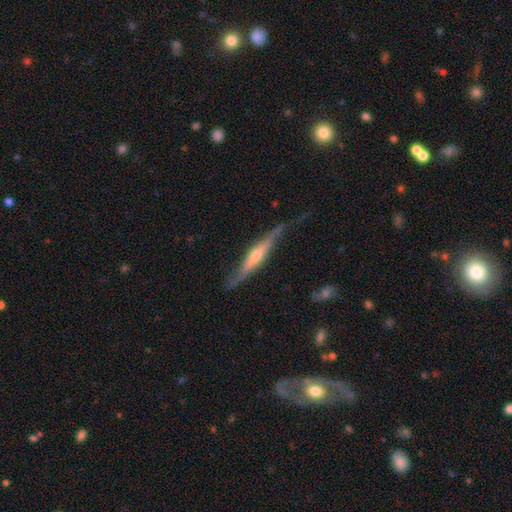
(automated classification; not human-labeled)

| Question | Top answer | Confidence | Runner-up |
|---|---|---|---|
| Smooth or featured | featured or disk | 69% | smooth (25%) |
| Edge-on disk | yes | 84% | no (16%) |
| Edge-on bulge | rounded | 68% | none (21%) |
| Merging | none | 53% | minor disturbance (29%) |